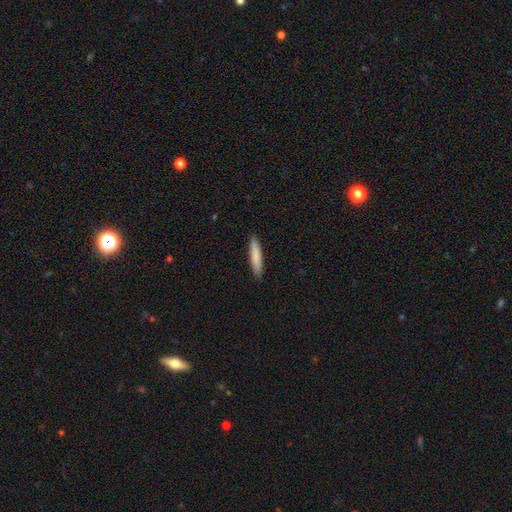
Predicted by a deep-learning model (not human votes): A smooth galaxy with no disk features (84%) that is cigar-shaped (87%).

Vote fractions:
- Smooth or featured? smooth: 84% / featured or disk: 11% / star or artifact: 6%
- How rounded? cigar-shaped: 87% / in between: 11% / round: 1%
- Merging? none: 90% / minor disturbance: 8% / major disturbance: 2% / merger: 1%